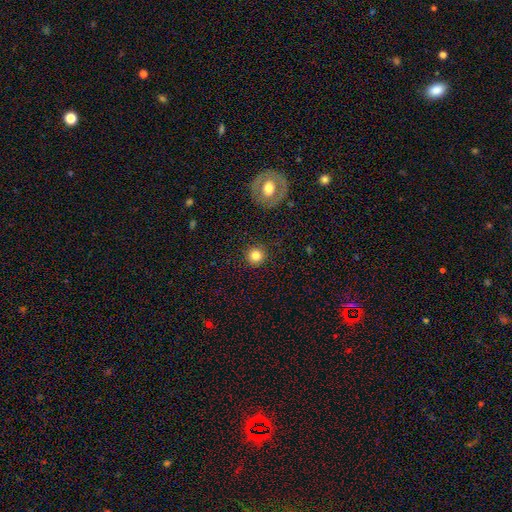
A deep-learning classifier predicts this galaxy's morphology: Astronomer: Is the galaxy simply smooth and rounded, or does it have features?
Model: smooth — 82%.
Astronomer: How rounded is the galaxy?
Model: round — 95%.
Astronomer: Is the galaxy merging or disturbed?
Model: none — 91%.